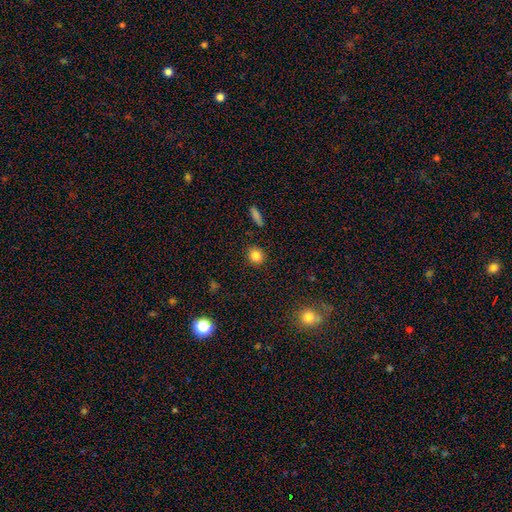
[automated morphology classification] Smooth or featured: smooth — 83% (star or artifact — 11%)
How rounded: round — 87% (in between — 12%)
Merging: none — 89% (minor disturbance — 7%)